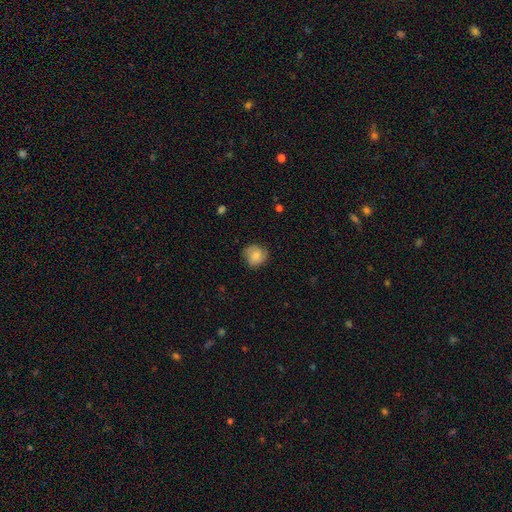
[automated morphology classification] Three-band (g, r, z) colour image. It shows a smooth galaxy with no disk features (75%) that is round (85%). Merging: none (75%).